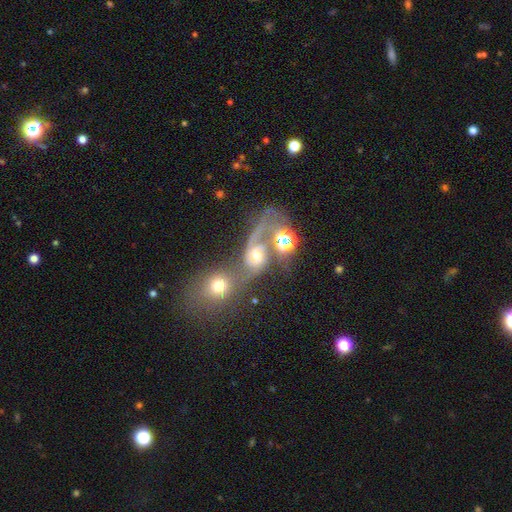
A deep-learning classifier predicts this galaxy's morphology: Overall: featured or disk (64%). Edge-on disk: no (97%). Bar: no (63%; weak 28%). Spiral arms: yes (85%). Spiral arm count: 2 (65%). Spiral winding: loose (55%; medium 34%). Bulge size: moderate (54%; small 25%). Merging: merger (65%).